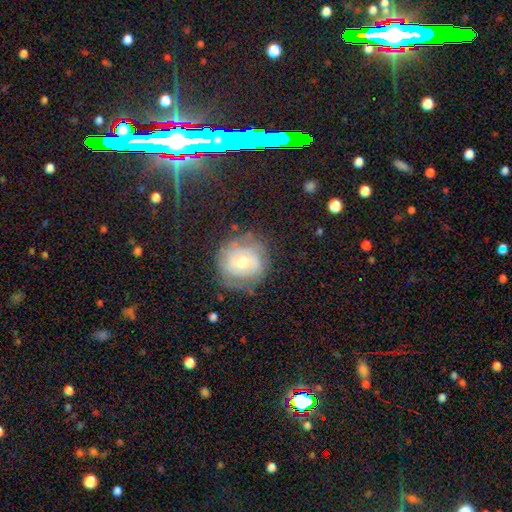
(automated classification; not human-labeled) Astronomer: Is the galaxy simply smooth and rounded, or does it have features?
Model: featured or disk — 56%.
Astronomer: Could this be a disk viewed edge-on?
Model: no — 94%.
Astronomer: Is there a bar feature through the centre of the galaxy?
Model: no — 63%.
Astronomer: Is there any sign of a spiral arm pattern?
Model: yes — 83%.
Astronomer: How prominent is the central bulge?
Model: moderate — 57% (runner-up: small, 36%).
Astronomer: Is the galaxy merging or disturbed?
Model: none — 75%.